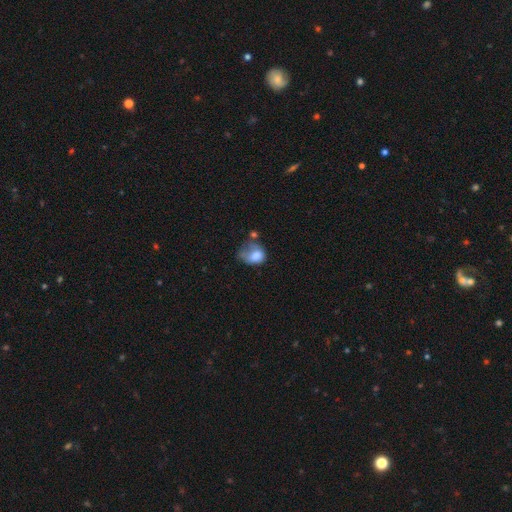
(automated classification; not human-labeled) Q: Smooth or featured?
A: smooth (70%); runner-up: featured or disk (21%)
Q: How rounded?
A: in between (59%); runner-up: round (40%)
Q: Merging?
A: major disturbance (40%); runner-up: minor disturbance (27%)